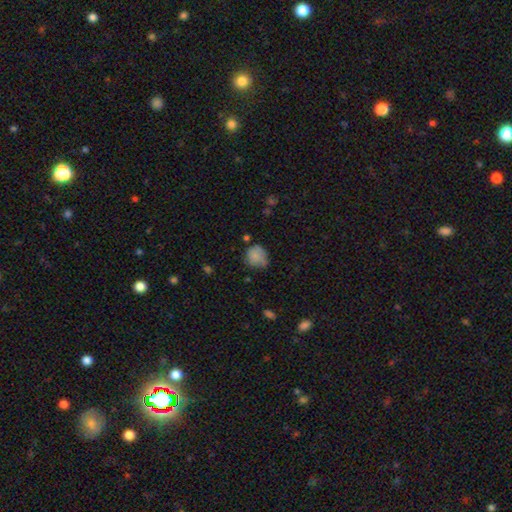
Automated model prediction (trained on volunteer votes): A smooth galaxy with no disk features (80%) that is round (73%). Merging: none (53%).